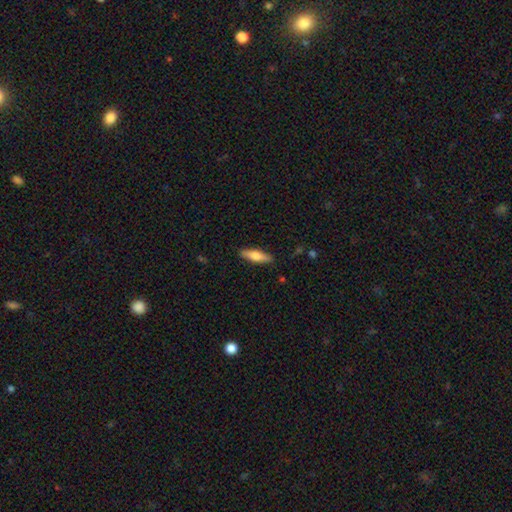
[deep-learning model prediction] Smooth or featured?
  - smooth: 66% *
  - featured or disk: 28%
  - star or artifact: 6%
How rounded?
  - cigar-shaped: 60% *
  - in between: 38%
  - round: 2%
Merging?
  - none: 88% *
  - minor disturbance: 9%
  - major disturbance: 2%
  - merger: 1%